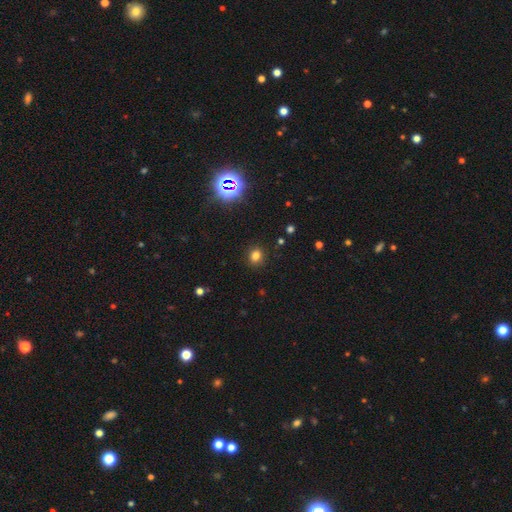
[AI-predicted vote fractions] Overall: smooth (77%). How rounded: round (65%; in between 34%). Merging: none (88%).